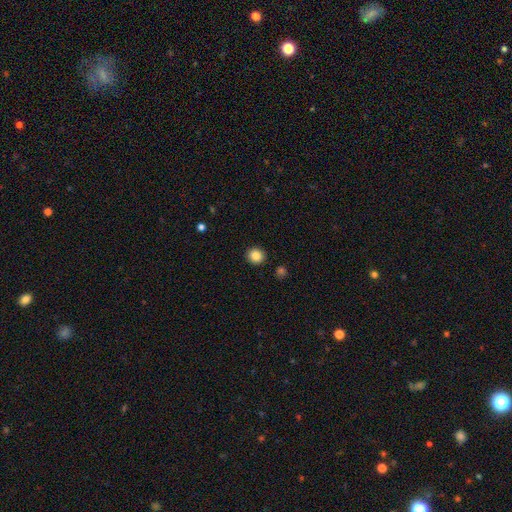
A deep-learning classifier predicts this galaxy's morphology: Smooth or featured? Predicted: smooth (p=0.86). How rounded? Predicted: round (p=0.84). Merging? Predicted: none (p=0.91).